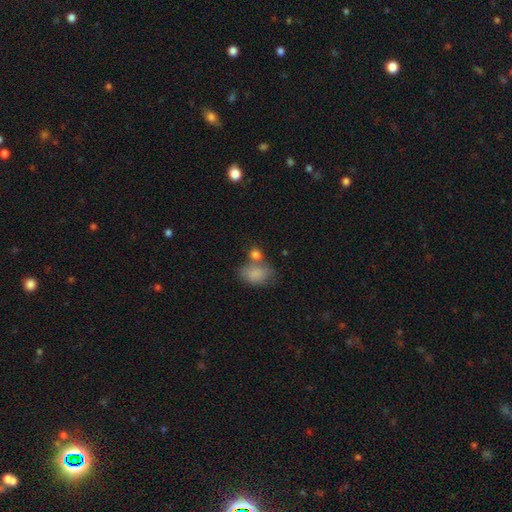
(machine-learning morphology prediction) A smooth galaxy with no disk features (78%) that is in between round and cigar-shaped (73%).

Vote fractions:
- Smooth or featured? smooth: 78% / star or artifact: 12% / featured or disk: 10%
- How rounded? in between: 73% / round: 25% / cigar-shaped: 2%
- Merging? none: 48% / merger: 27% / minor disturbance: 18% / major disturbance: 8%